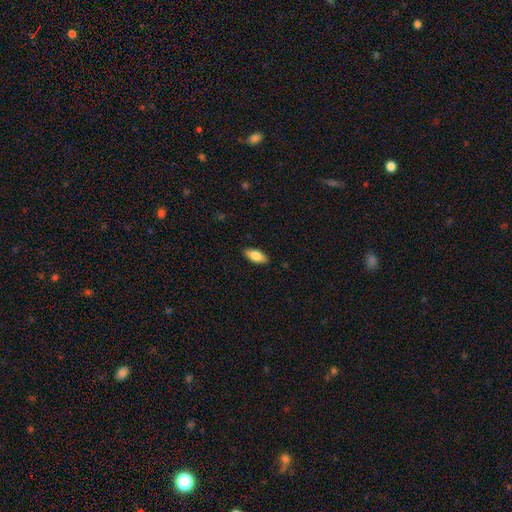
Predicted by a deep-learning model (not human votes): smooth_or_featured: smooth (p=0.81) [alt: featured or disk p=0.13]
how_rounded: in between (p=0.85) [alt: cigar-shaped p=0.13]
merging: none (p=0.88) [alt: minor disturbance p=0.09]